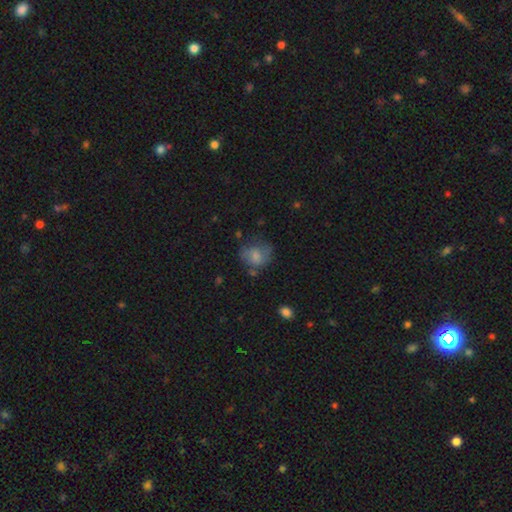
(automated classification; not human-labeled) The model was most divided on "merging": none: 53%, minor disturbance: 25%, major disturbance: 17%, merger: 5%. More confident: smooth or featured — smooth (69%); how rounded — round (66%).